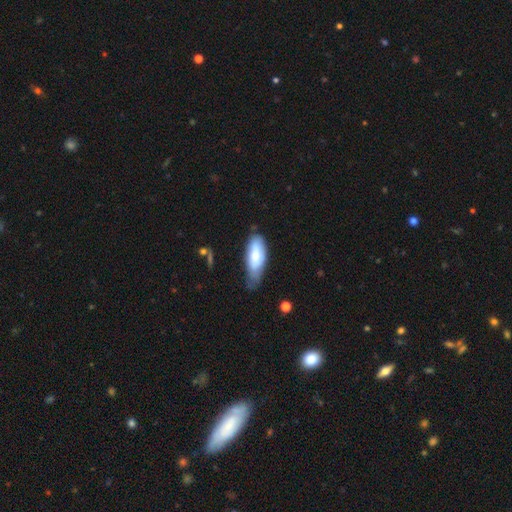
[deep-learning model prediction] A smooth galaxy with no disk features (70%) that is in between round and cigar-shaped (77%).

Vote fractions:
- Smooth or featured? smooth: 70% / featured or disk: 24% / star or artifact: 6%
- How rounded? in between: 77% / cigar-shaped: 22% / round: 2%
- Merging? minor disturbance: 43% / none: 41% / major disturbance: 14% / merger: 3%